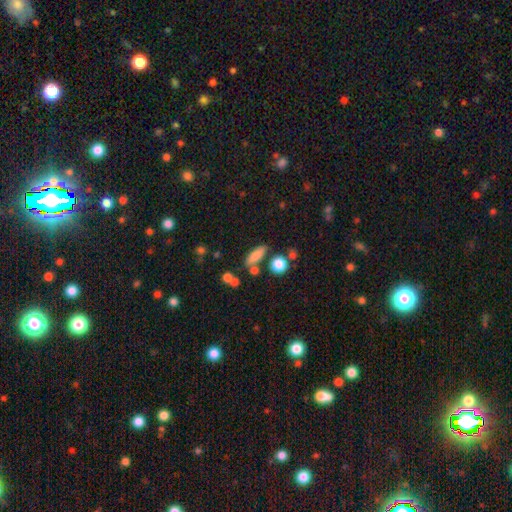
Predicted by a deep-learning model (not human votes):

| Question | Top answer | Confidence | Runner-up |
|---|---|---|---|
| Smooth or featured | smooth | 79% | star or artifact (11%) |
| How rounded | in between | 53% | cigar-shaped (38%) |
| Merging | none | 71% | minor disturbance (13%) |